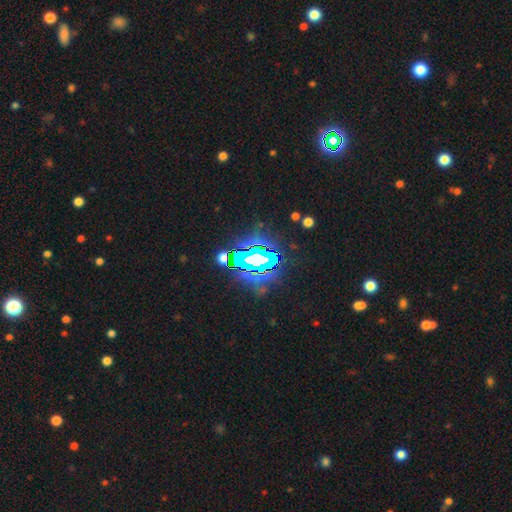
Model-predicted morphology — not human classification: Smooth or featured?
  - star or artifact: 77% *
  - featured or disk: 12%
  - smooth: 11%